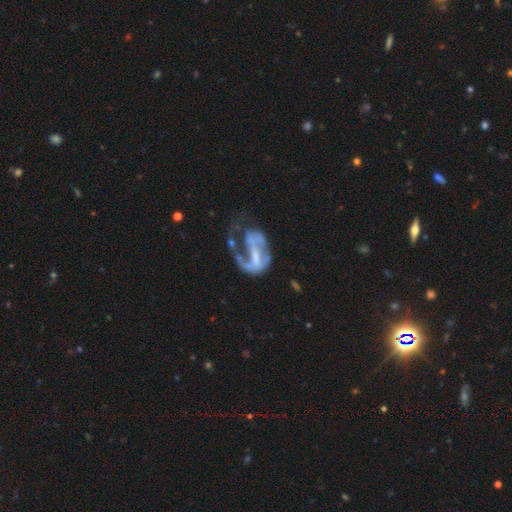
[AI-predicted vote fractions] smooth_or_featured: featured or disk (p=0.75) [alt: smooth p=0.17]
disk_edge_on: no (p=0.97) [alt: yes p=0.03]
bar: weak (p=0.39) [alt: no p=0.35]
has_spiral_arms: yes (p=0.65) [alt: no p=0.35]
bulge_size: none (p=0.38) [alt: small p=0.31]
merging: major disturbance (p=0.55) [alt: none p=0.22]